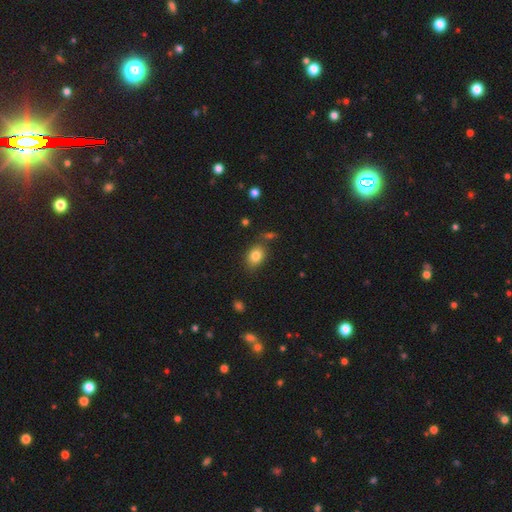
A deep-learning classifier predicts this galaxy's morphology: This appears to be a smooth galaxy with no disk features (82%) that is in between round and cigar-shaped (70%). Merging: none (75%).